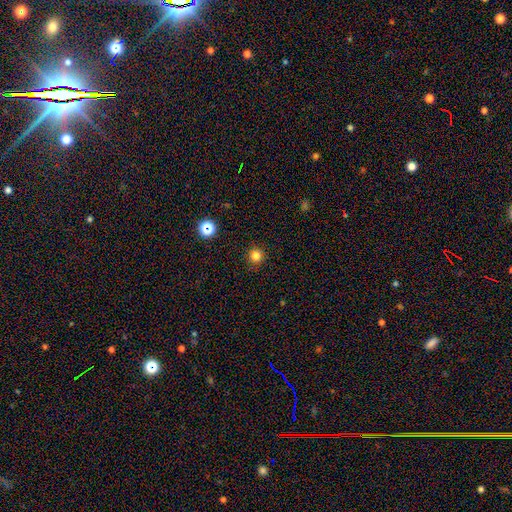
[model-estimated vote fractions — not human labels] Overall: smooth (81%). How rounded: round (94%). Merging: none (91%).